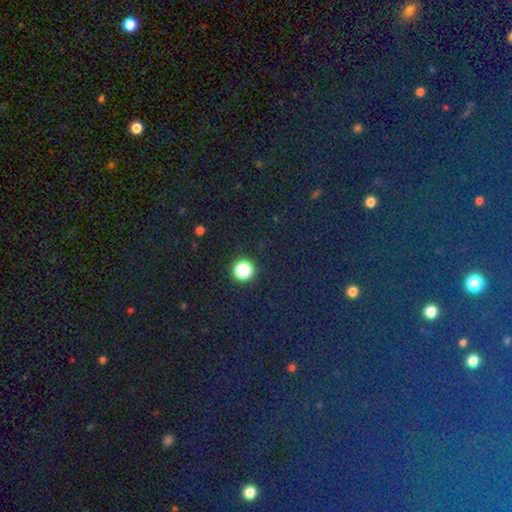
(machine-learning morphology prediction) A star or artifact, not a galaxy (73%).